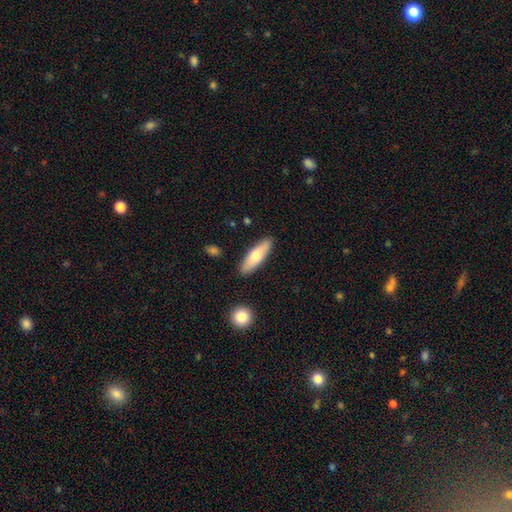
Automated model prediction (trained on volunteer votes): Smooth or featured?
  - smooth: 66% *
  - featured or disk: 28%
  - star or artifact: 6%
How rounded?
  - in between: 50% *
  - cigar-shaped: 48%
  - round: 2%
Merging?
  - none: 88% *
  - minor disturbance: 9%
  - merger: 2%
  - major disturbance: 2%